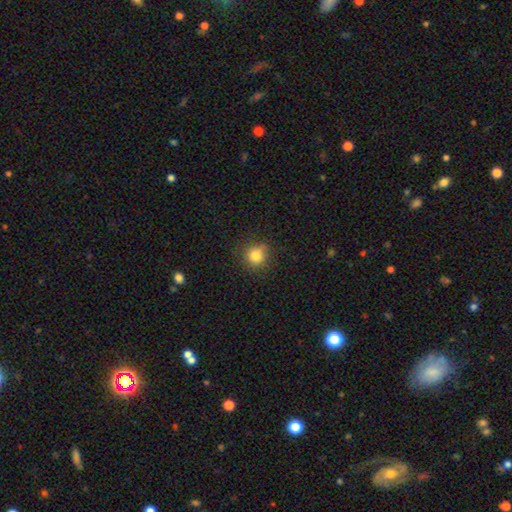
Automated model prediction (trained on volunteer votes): This is clearly a smooth galaxy (82%). How rounded: clearly round (91%). Merging: clearly none (82%).